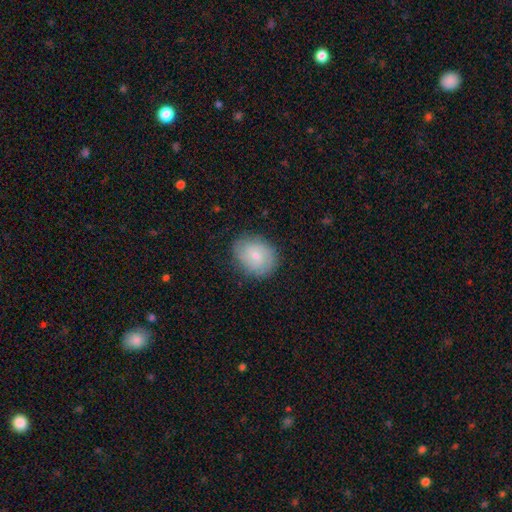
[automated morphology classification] Q: Smooth or featured?
A: smooth (57%); runner-up: featured or disk (35%)
Q: How rounded?
A: round (55%); runner-up: in between (44%)
Q: Merging?
A: none (80%); runner-up: minor disturbance (14%)